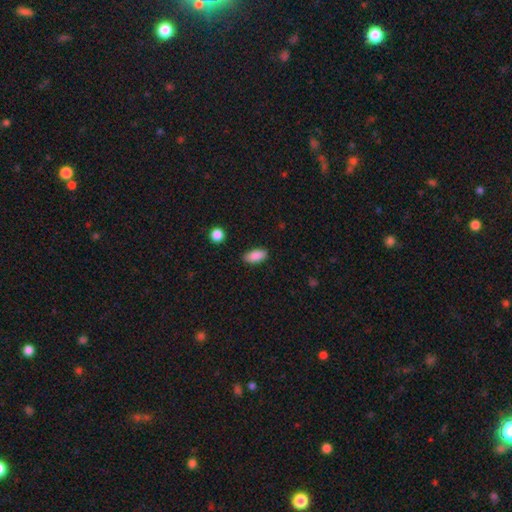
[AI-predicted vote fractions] The model was most divided on "merging": none: 86%, minor disturbance: 11%, major disturbance: 2%, merger: 1%. More confident: how rounded — in between (89%); smooth or featured — smooth (88%).